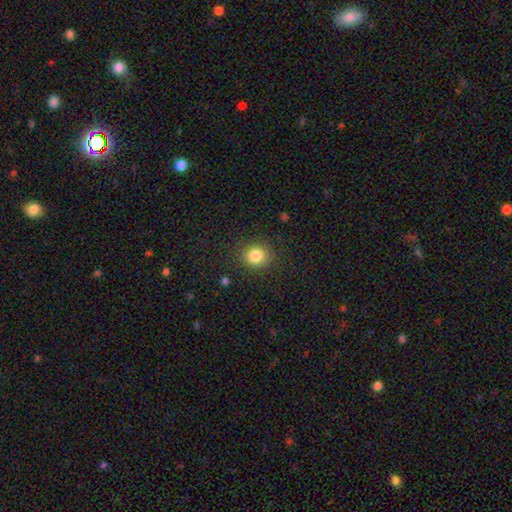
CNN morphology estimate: smooth-or-featured: smooth: 84% | star or artifact: 11% | featured or disk: 5%
  how-rounded: round: 81% | in between: 18% | cigar-shaped: 1%
  merging: none: 87% | minor disturbance: 9% | major disturbance: 3% | merger: 1%